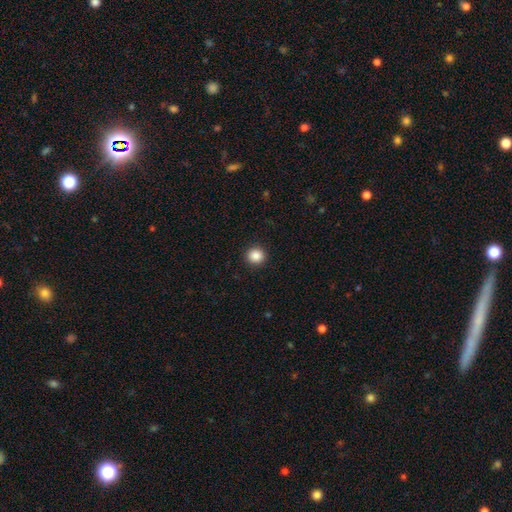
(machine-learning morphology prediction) A smooth galaxy with no disk features (87%) that is round (91%).

Vote fractions:
- Smooth or featured? smooth: 87% / star or artifact: 9% / featured or disk: 3%
- How rounded? round: 91% / in between: 8% / cigar-shaped: 1%
- Merging? none: 93% / minor disturbance: 5% / major disturbance: 2% / merger: 1%